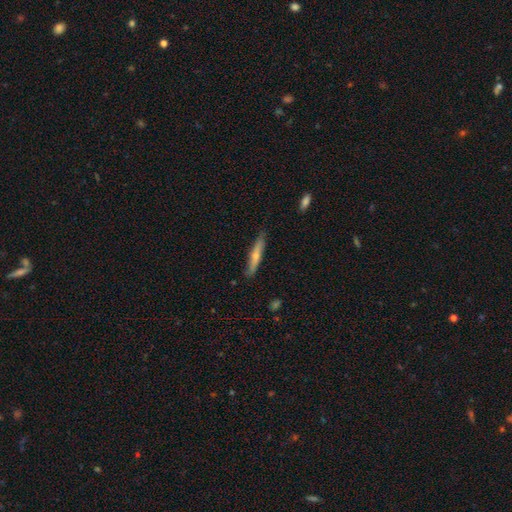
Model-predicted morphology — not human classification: Smooth or featured?
  - smooth: 56% *
  - featured or disk: 38%
  - star or artifact: 6%
How rounded?
  - cigar-shaped: 92% *
  - in between: 7%
  - round: 1%
Merging?
  - none: 84% *
  - minor disturbance: 13%
  - major disturbance: 2%
  - merger: 1%